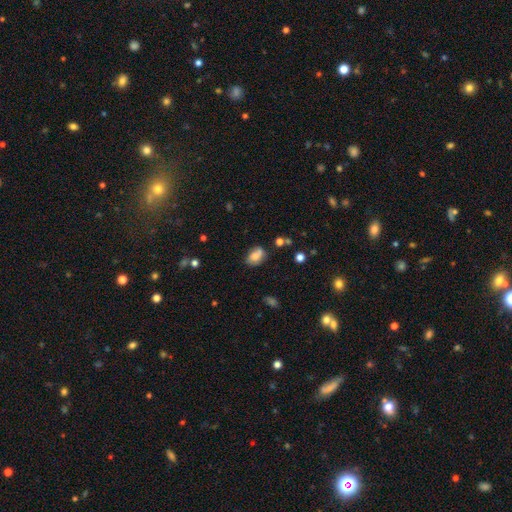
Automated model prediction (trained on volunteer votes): The model was most divided on "merging": none: 50%, minor disturbance: 23%, merger: 18%, major disturbance: 8%. More confident: how rounded — in between (77%); smooth or featured — smooth (70%).